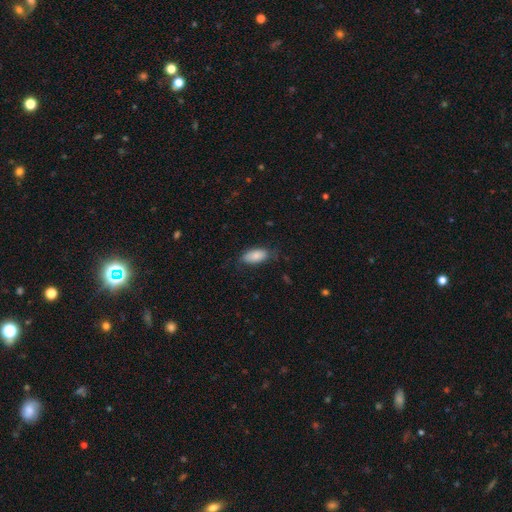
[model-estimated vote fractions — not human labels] Smooth or featured?
  - smooth: 83% *
  - featured or disk: 11%
  - star or artifact: 7%
How rounded?
  - in between: 91% *
  - cigar-shaped: 7%
  - round: 2%
Merging?
  - none: 71% *
  - minor disturbance: 22%
  - major disturbance: 6%
  - merger: 1%